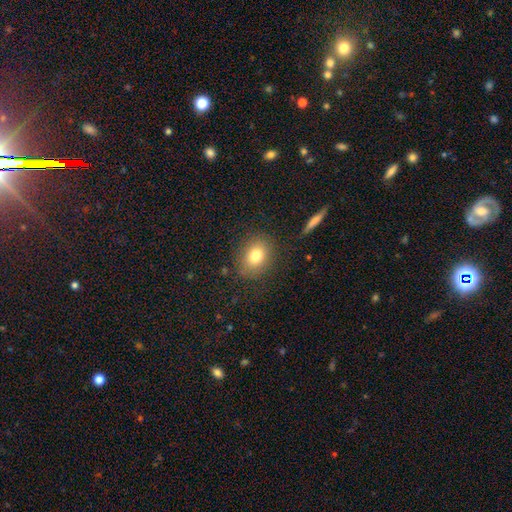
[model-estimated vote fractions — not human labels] smooth_or_featured: smooth (p=0.79) [alt: featured or disk p=0.11]
how_rounded: in between (p=0.53) [alt: round p=0.46]
merging: none (p=0.82) [alt: minor disturbance p=0.12]